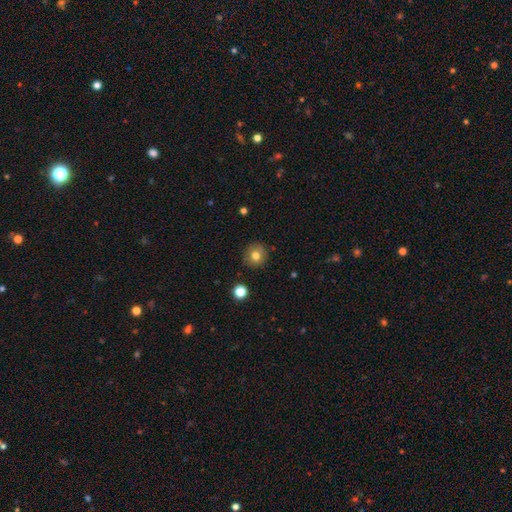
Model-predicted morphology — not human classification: type=smooth (78%); roundness=round (92%); merging=none (88%).